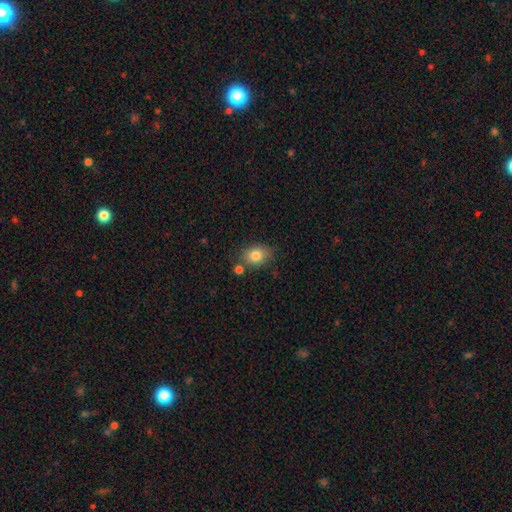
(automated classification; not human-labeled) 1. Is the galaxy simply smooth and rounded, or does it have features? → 82% smooth, 9% star or artifact, 9% featured or disk.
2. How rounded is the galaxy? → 60% in between, 39% round, 1% cigar-shaped.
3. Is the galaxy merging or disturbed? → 73% none, 15% minor disturbance, 8% merger, 4% major disturbance.